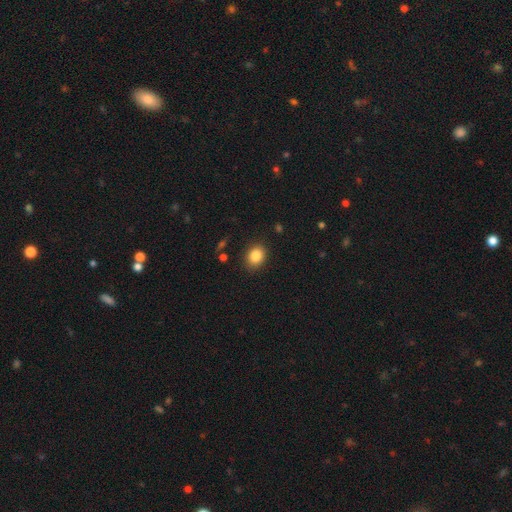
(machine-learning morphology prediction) type=smooth (85%); roundness=in between (54%); merging=none (87%).